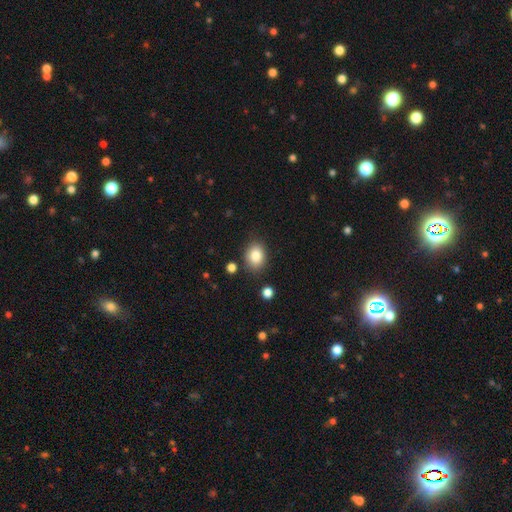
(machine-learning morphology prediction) smooth-or-featured: smooth: 84% | star or artifact: 9% | featured or disk: 7%
  how-rounded: in between: 58% | round: 41% | cigar-shaped: 1%
  merging: none: 83% | minor disturbance: 11% | merger: 4% | major disturbance: 3%